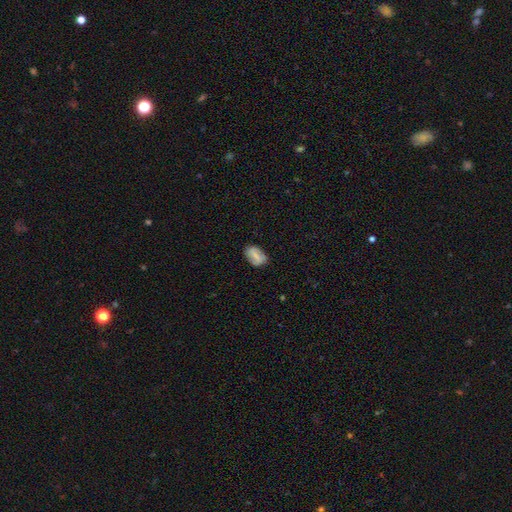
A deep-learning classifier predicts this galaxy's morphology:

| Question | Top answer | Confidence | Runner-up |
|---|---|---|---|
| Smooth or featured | smooth | 63% | featured or disk (29%) |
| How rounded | in between | 84% | round (13%) |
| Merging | none | 78% | minor disturbance (17%) |